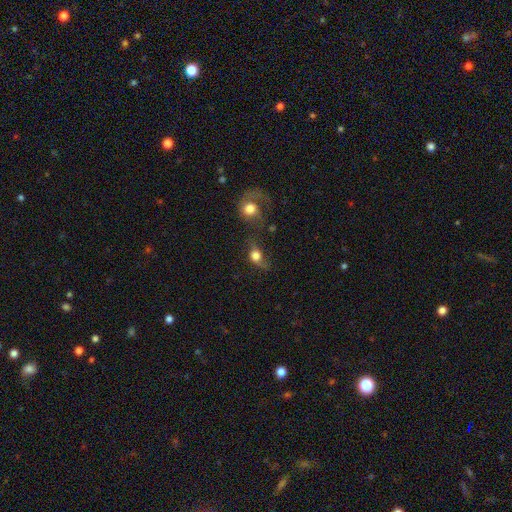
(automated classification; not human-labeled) smooth-or-featured: smooth: 63% | featured or disk: 26% | star or artifact: 12%
  how-rounded: round: 52% | in between: 44% | cigar-shaped: 4%
  merging: none: 32% | major disturbance: 25% | merger: 25% | minor disturbance: 18%